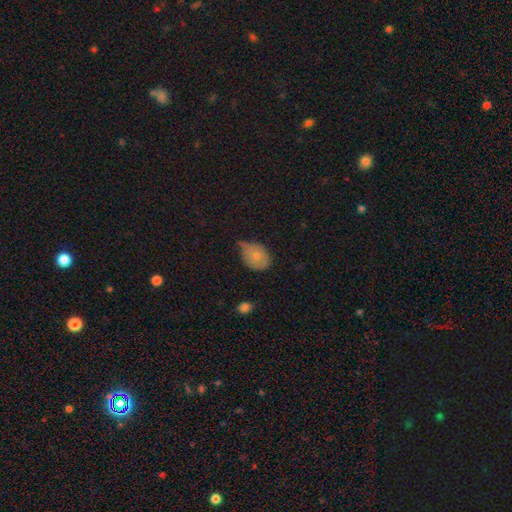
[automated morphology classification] This appears to be a smooth galaxy with no disk features (71%) that is in between round and cigar-shaped (52%). Merging: minor disturbance (46%).